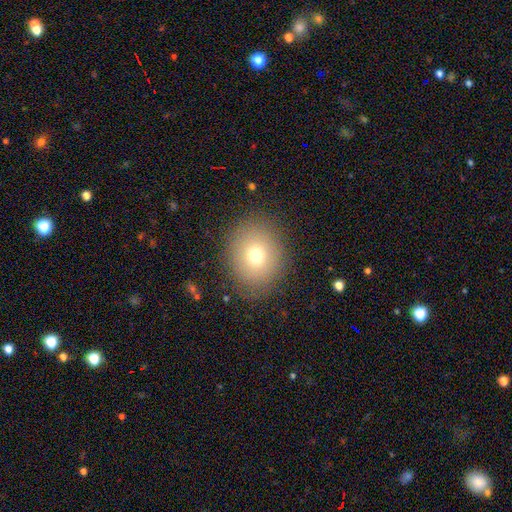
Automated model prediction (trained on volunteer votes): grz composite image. It shows a smooth galaxy with no disk features (73%) that is round (65%). Merging: none (85%).